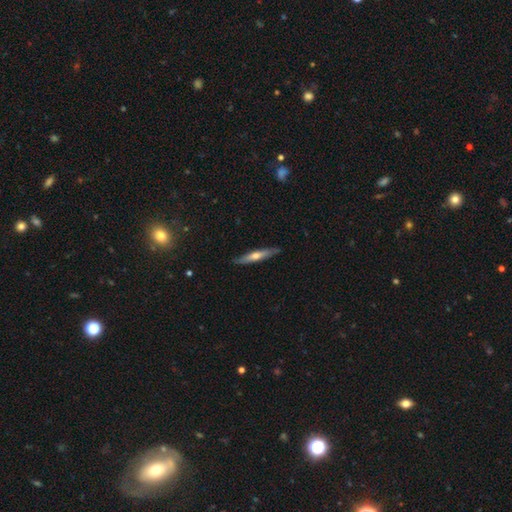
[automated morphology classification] A featured or disk galaxy (50%).

Vote fractions:
- Smooth or featured? featured or disk: 50% / smooth: 44% / star or artifact: 6%
- Merging? none: 85% / minor disturbance: 12% / major disturbance: 2% / merger: 1%